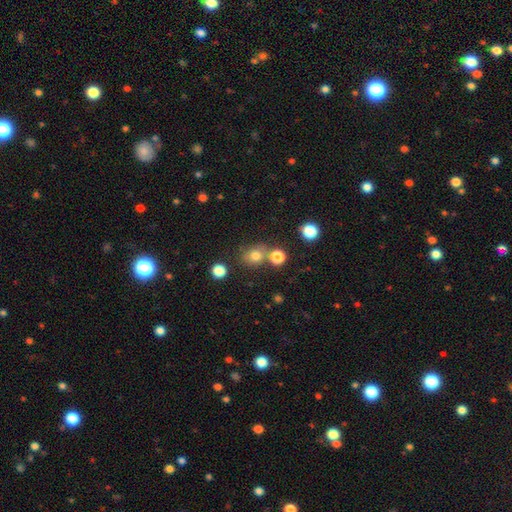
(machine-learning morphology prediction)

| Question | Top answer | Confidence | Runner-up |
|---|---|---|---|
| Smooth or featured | smooth | 77% | star or artifact (15%) |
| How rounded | round | 71% | in between (28%) |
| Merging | none | 68% | merger (16%) |